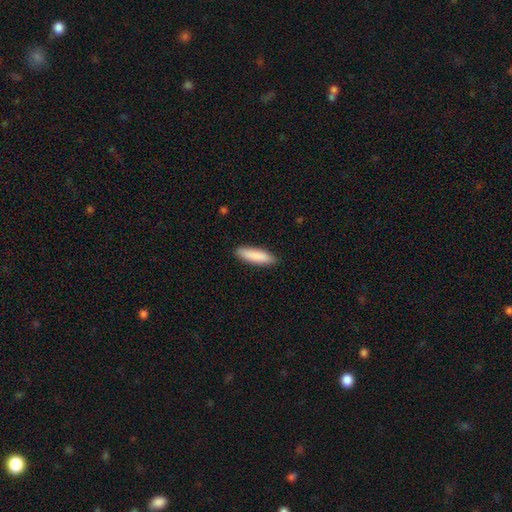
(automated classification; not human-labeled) Smooth or featured?
  - smooth: 88% *
  - featured or disk: 7%
  - star or artifact: 5%
How rounded?
  - cigar-shaped: 66% *
  - in between: 33%
  - round: 1%
Merging?
  - none: 89% *
  - minor disturbance: 8%
  - major disturbance: 2%
  - merger: 1%